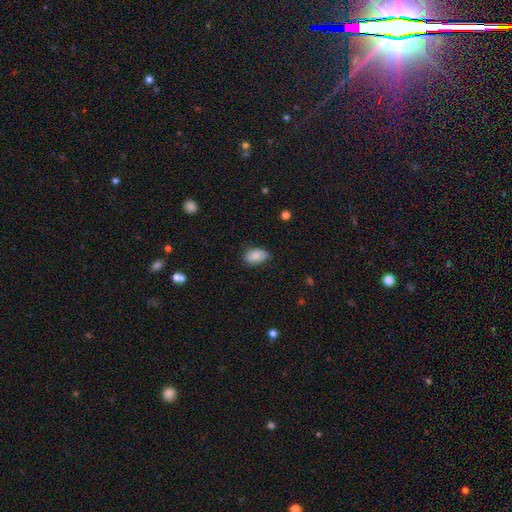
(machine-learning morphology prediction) This appears to be a smooth galaxy with no disk features (84%) that is in between round and cigar-shaped (92%). Merging: none (69%).